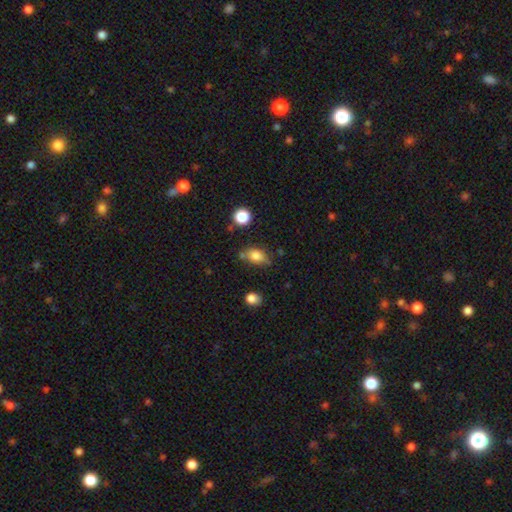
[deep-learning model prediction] smooth_or_featured: smooth (p=0.81) [alt: star or artifact p=0.11]
how_rounded: in between (p=0.77) [alt: round p=0.21]
merging: none (p=0.64) [alt: minor disturbance p=0.20]